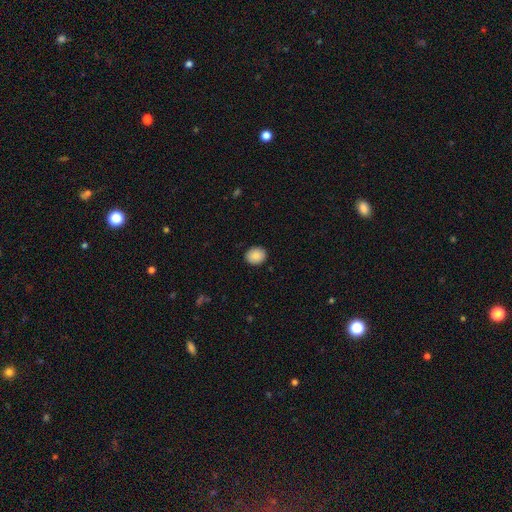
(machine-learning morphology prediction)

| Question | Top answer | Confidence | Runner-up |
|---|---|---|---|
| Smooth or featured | smooth | 89% | star or artifact (8%) |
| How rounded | round | 67% | in between (32%) |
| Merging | none | 90% | minor disturbance (7%) |